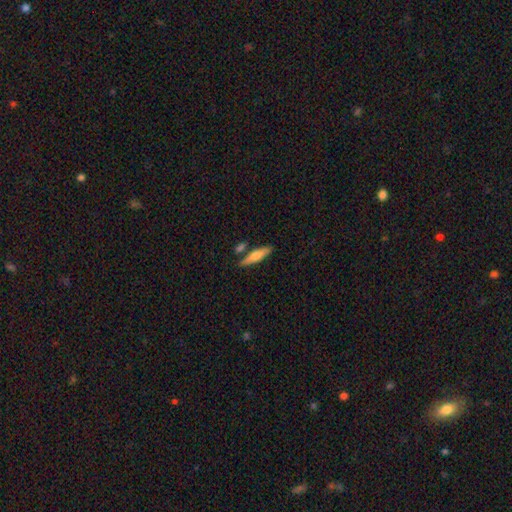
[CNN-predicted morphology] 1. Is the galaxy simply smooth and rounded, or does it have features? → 65% smooth, 29% featured or disk, 6% star or artifact.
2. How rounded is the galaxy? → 77% cigar-shaped, 21% in between, 2% round.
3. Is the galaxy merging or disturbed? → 76% none, 11% minor disturbance, 10% merger, 3% major disturbance.